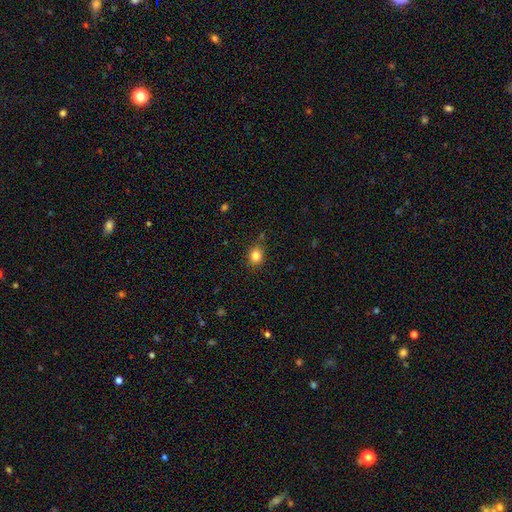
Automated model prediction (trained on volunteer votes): The model was most divided on "how rounded": round: 73%, in between: 26%, cigar-shaped: 1%. More confident: smooth or featured — smooth (83%); merging — none (81%).